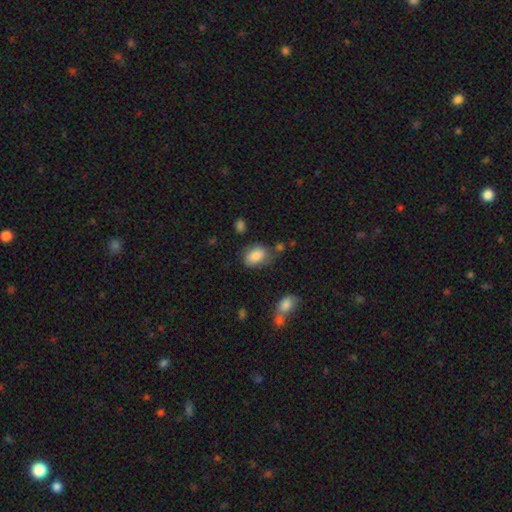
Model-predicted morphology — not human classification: Smooth or featured?
  - smooth: 86% *
  - star or artifact: 7%
  - featured or disk: 7%
How rounded?
  - in between: 83% *
  - round: 16%
  - cigar-shaped: 1%
Merging?
  - none: 65% *
  - minor disturbance: 23%
  - major disturbance: 7%
  - merger: 6%